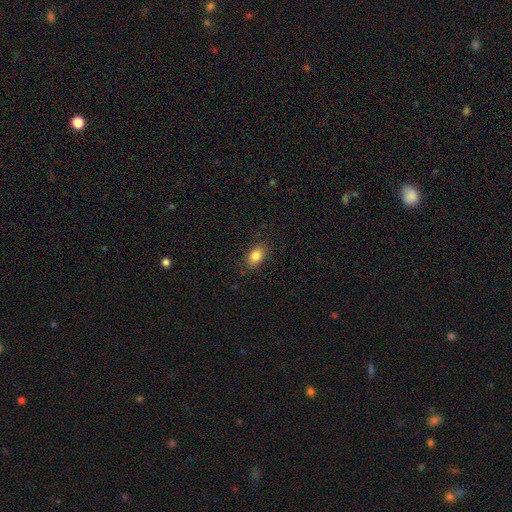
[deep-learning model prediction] This appears to be a smooth galaxy with no disk features (84%) that is in between round and cigar-shaped (85%). Merging: none (84%).